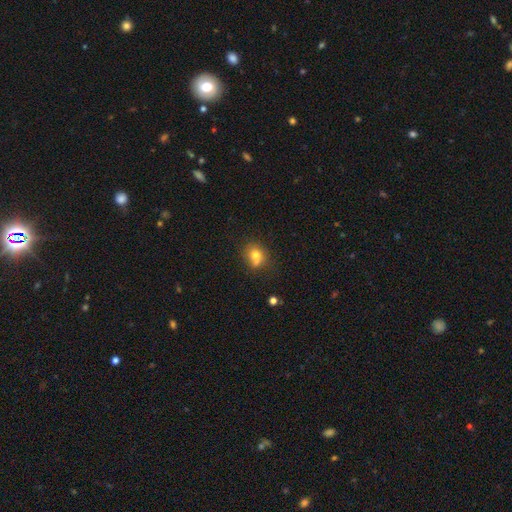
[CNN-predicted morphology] Overall: smooth (74%). How rounded: round (60%; in between 39%). Merging: none (54%; merger 22%).